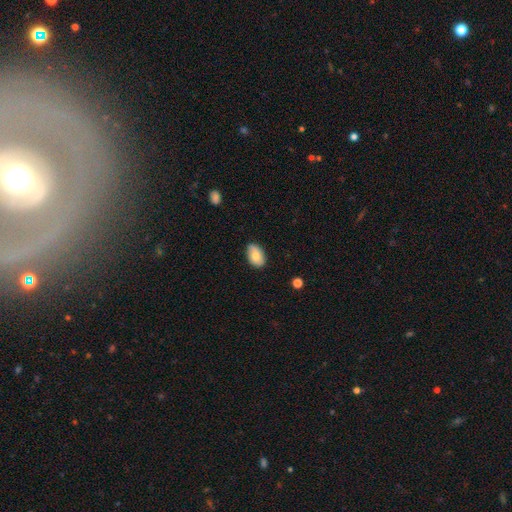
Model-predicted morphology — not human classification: This is likely a smooth galaxy (77%). How rounded: clearly in between (91%). Merging: likely none (79%).